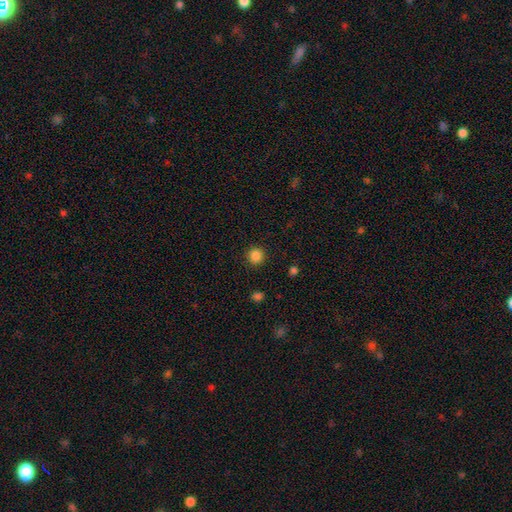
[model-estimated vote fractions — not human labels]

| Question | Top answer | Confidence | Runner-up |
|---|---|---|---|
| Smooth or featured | smooth | 85% | star or artifact (12%) |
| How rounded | round | 92% | in between (7%) |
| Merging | none | 91% | minor disturbance (6%) |